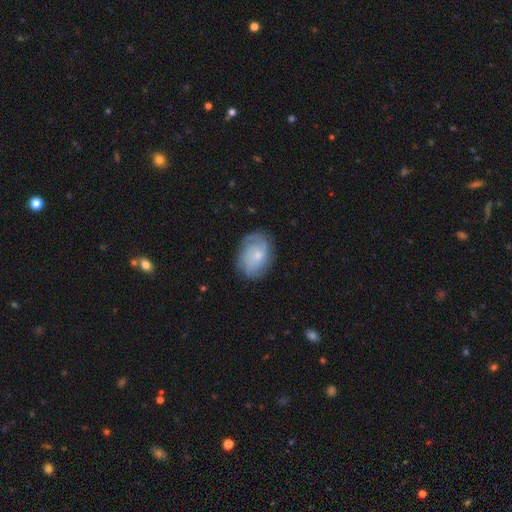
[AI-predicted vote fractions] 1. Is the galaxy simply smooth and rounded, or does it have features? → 56% featured or disk, 37% smooth, 7% star or artifact.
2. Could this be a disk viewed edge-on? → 97% no, 3% yes.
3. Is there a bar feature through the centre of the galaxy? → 77% no, 20% weak, 2% strong.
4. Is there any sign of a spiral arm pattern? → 83% yes, 17% no.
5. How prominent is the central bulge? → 59% small, 34% moderate, 3% none, 2% large, 1% dominant.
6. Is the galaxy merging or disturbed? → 73% none, 19% minor disturbance, 7% major disturbance, 1% merger.